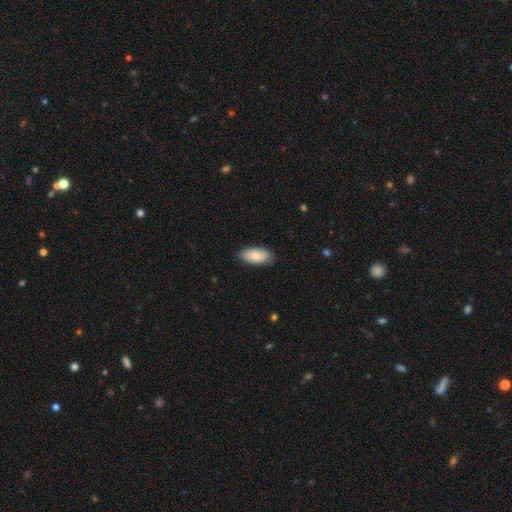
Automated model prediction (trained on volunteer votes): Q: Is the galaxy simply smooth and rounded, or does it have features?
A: smooth — 83%.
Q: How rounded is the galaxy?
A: in between — 92%.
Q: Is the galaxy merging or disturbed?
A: none — 84%.